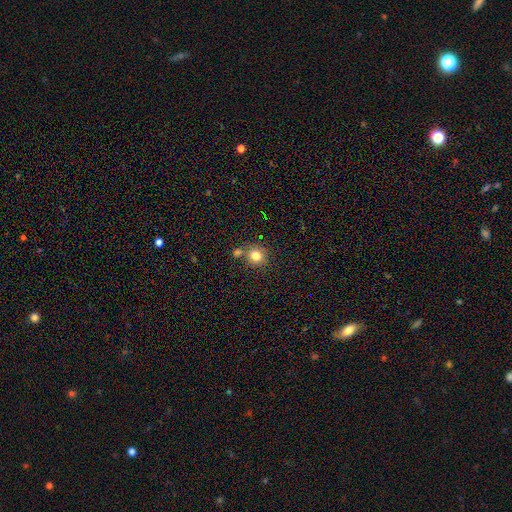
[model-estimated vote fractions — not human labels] A smooth galaxy with no disk features (80%) that is round (87%). Merging: none (65%).